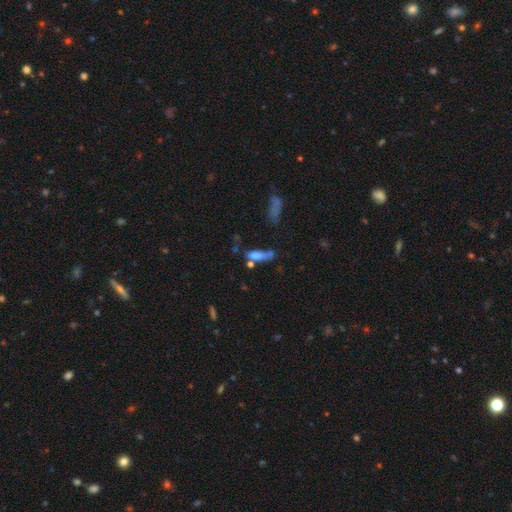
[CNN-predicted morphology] Smooth or featured?
  - smooth: 64% *
  - featured or disk: 24%
  - star or artifact: 12%
How rounded?
  - cigar-shaped: 54% *
  - in between: 42%
  - round: 4%
Merging?
  - none: 34% *
  - merger: 24%
  - minor disturbance: 21%
  - major disturbance: 21%